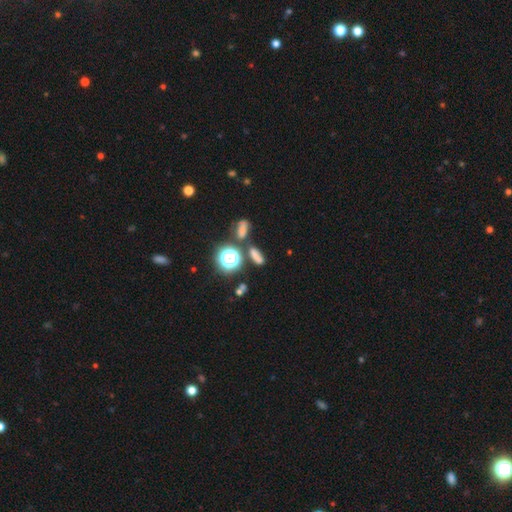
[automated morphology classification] This is likely a smooth galaxy (60%). How rounded: possibly in between (50%). Merging: likely none (64%).